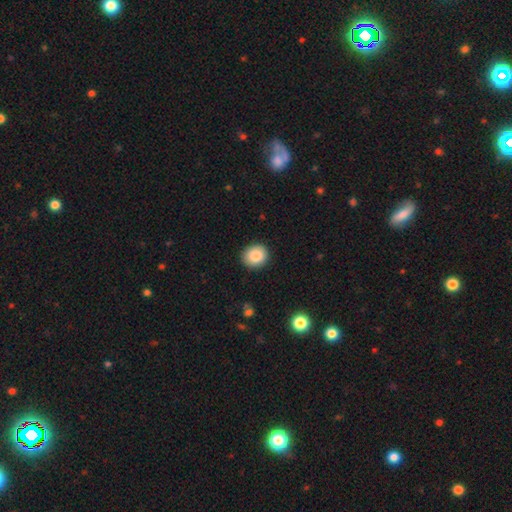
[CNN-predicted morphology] A smooth galaxy with no disk features (84%) that is round (81%). Merging: none (91%).